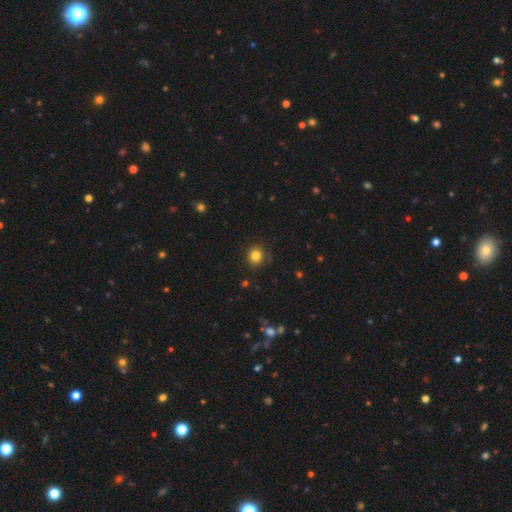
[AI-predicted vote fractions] Smooth or featured? Predicted: smooth (p=0.82). How rounded? Predicted: round (p=0.90). Merging? Predicted: none (p=0.87).